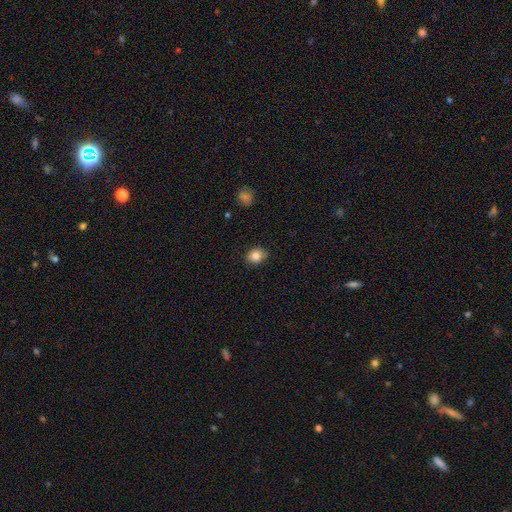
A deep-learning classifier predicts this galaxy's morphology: type=smooth (83%); roundness=round (53%); merging=none (84%).